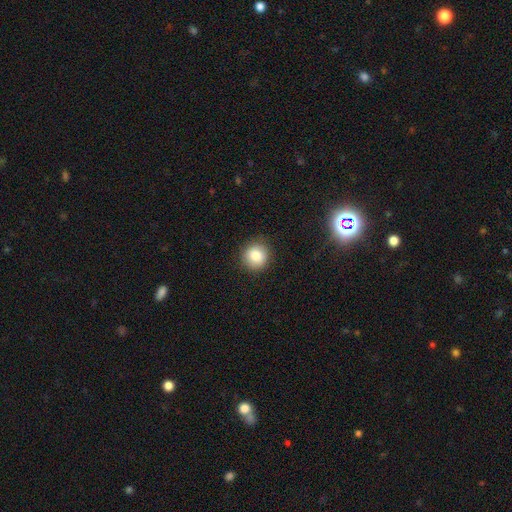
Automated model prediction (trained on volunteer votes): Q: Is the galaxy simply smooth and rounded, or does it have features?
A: smooth — 82%.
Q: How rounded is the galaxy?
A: round — 90%.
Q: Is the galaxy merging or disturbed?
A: none — 87%.